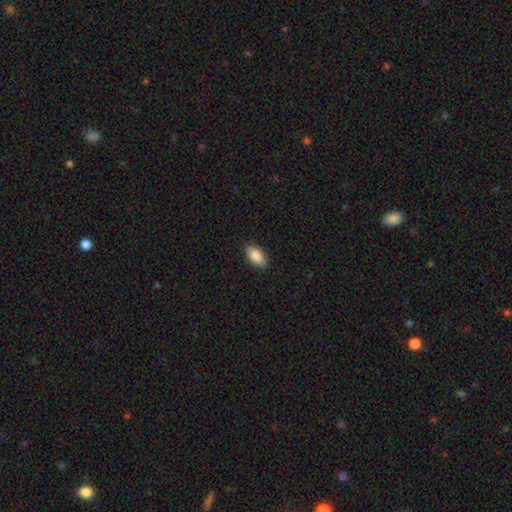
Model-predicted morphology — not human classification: type=smooth (83%); roundness=in between (88%); merging=none (87%).